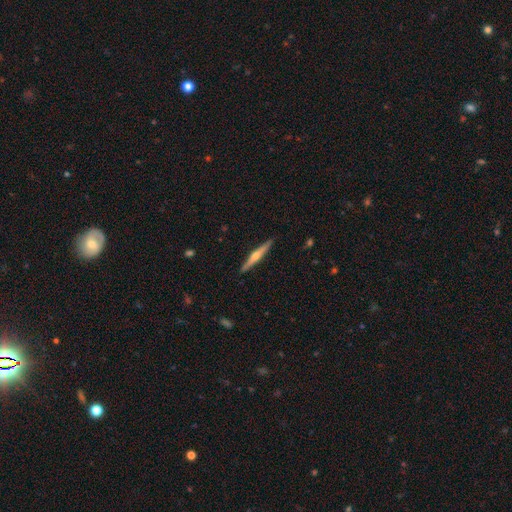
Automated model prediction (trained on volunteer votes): Smooth or featured: featured or disk — 67% (smooth — 27%)
Edge-on disk: yes — 98% (no — 2%)
Edge-on bulge: rounded — 89% (none — 7%)
Merging: none — 91% (minor disturbance — 7%)